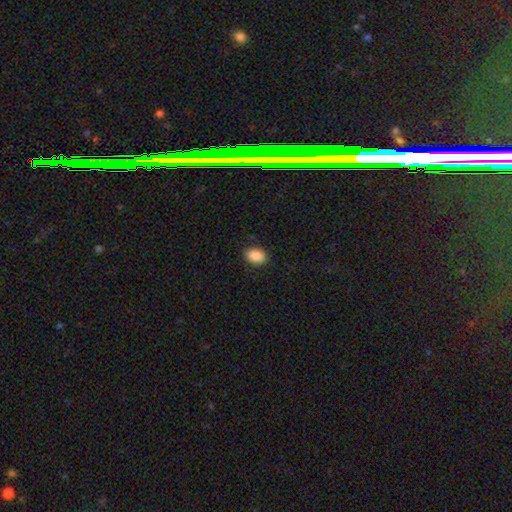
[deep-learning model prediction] Morphology: type=smooth (89%); roundness=in between (85%); merging=none (88%).